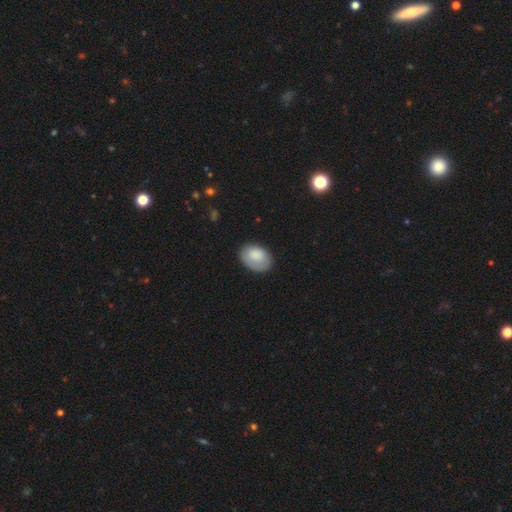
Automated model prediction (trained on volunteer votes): A smooth galaxy with no disk features (81%) that is in between round and cigar-shaped (80%).

Vote fractions:
- Smooth or featured? smooth: 81% / featured or disk: 13% / star or artifact: 6%
- How rounded? in between: 80% / round: 19% / cigar-shaped: 1%
- Merging? none: 72% / minor disturbance: 21% / major disturbance: 6% / merger: 2%